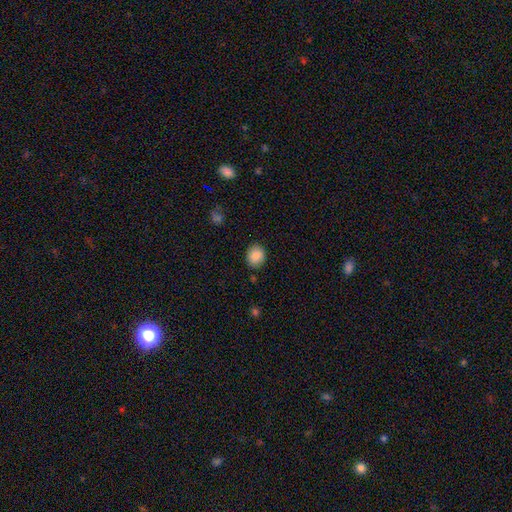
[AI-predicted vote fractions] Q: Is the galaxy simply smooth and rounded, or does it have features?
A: smooth — 87%.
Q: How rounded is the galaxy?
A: round — 64%.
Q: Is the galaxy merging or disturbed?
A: none — 86%.